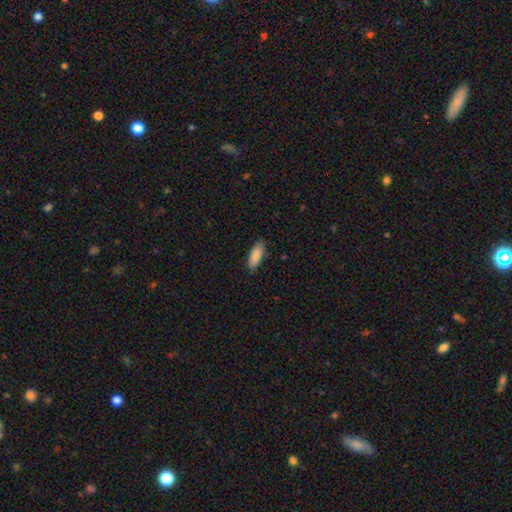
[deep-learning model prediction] The model was most divided on "how rounded": in between: 69%, cigar-shaped: 29%, round: 2%. More confident: smooth or featured — smooth (86%); merging — none (84%).